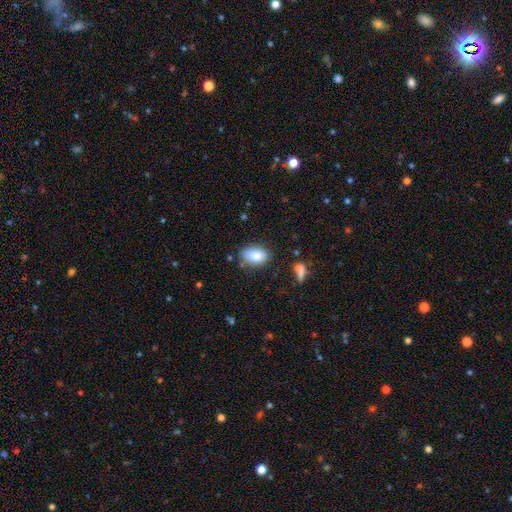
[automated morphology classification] A smooth galaxy with no disk features (83%) that is in between round and cigar-shaped (86%).

Vote fractions:
- Smooth or featured? smooth: 83% / featured or disk: 8% / star or artifact: 8%
- How rounded? in between: 86% / round: 12% / cigar-shaped: 2%
- Merging? none: 72% / minor disturbance: 19% / major disturbance: 5% / merger: 4%